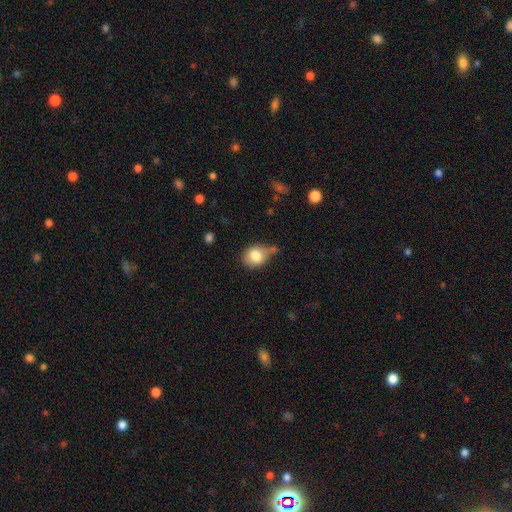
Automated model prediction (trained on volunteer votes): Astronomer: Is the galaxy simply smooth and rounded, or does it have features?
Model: smooth — 80%.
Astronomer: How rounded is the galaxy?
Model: round — 57% (runner-up: in between, 42%).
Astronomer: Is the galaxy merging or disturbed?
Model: none — 46% (runner-up: minor disturbance, 31%).